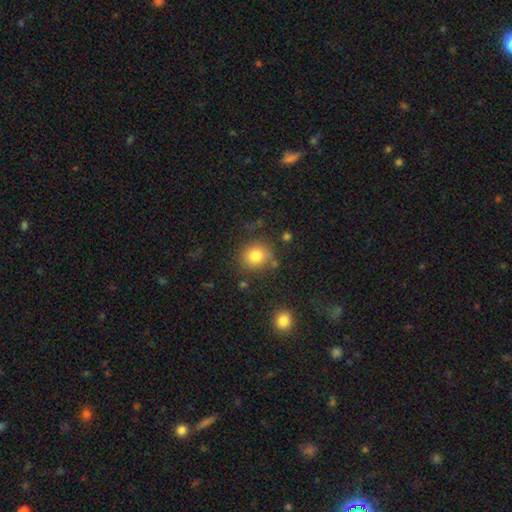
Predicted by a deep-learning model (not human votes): Overall: smooth (81%). How rounded: round (85%). Merging: none (77%).